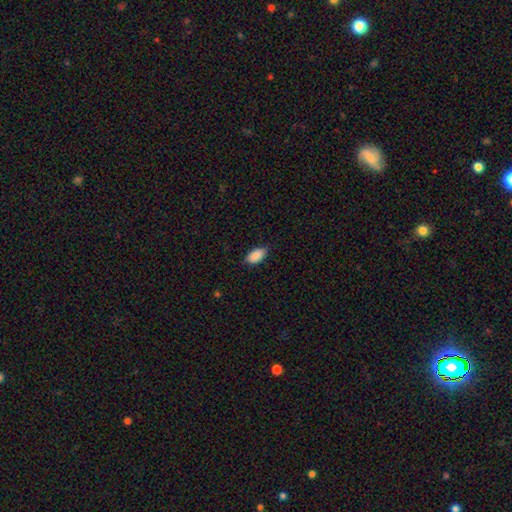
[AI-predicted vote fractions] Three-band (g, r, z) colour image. It shows a smooth galaxy with no disk features (90%) that is in between round and cigar-shaped (93%). Merging: none (79%).